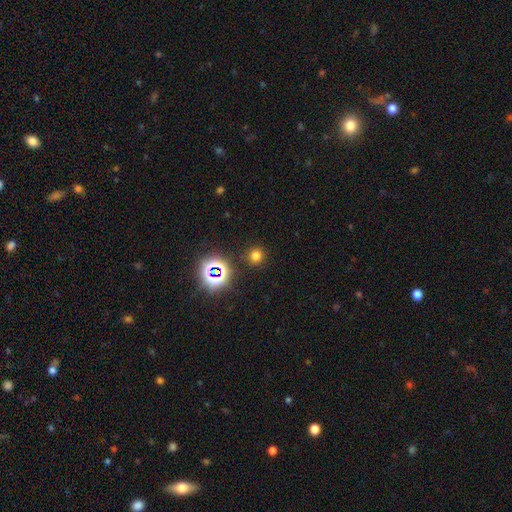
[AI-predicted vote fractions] Smooth or featured? smooth (69%)
How rounded? round (92%)
Merging? none (89%)